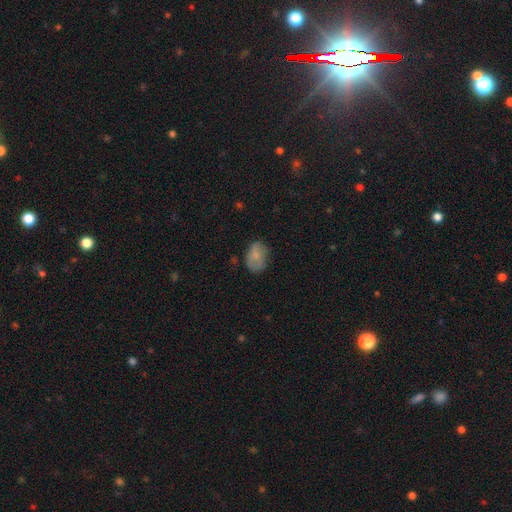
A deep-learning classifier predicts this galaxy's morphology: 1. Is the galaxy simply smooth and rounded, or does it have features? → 75% smooth, 17% featured or disk, 8% star or artifact.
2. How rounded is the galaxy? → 79% in between, 19% round, 1% cigar-shaped.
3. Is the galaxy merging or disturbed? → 63% none, 27% minor disturbance, 8% major disturbance, 2% merger.